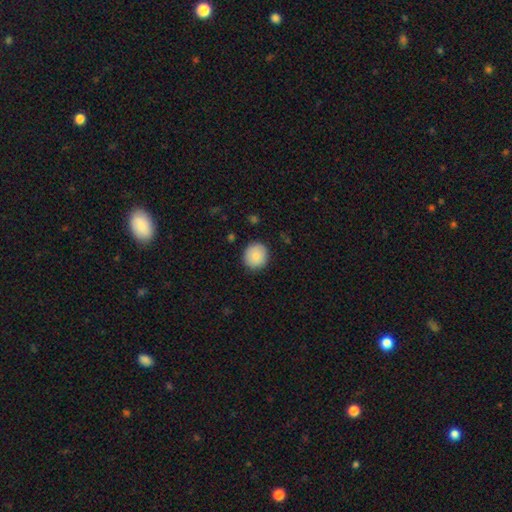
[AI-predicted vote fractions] Overall: smooth (86%). How rounded: round (88%). Merging: none (88%).